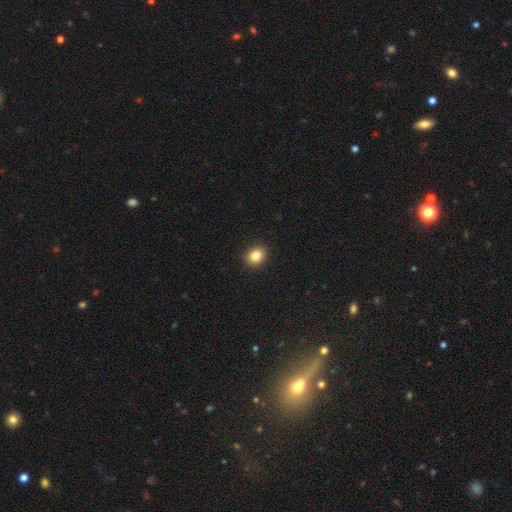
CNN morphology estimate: This appears to be a smooth galaxy with no disk features (84%) that is round (71%). Merging: none (91%).